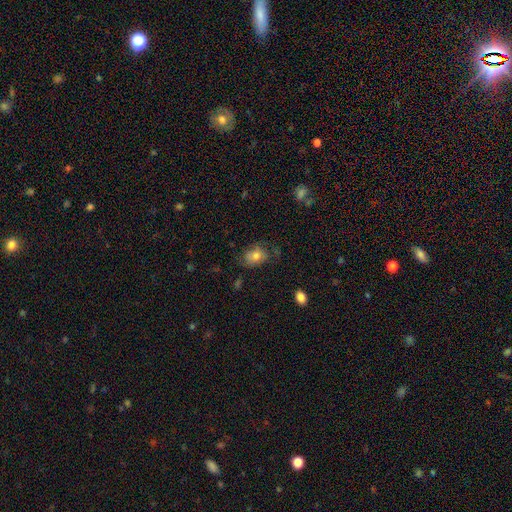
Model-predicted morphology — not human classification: Smooth or featured?
  - smooth: 72% *
  - featured or disk: 19%
  - star or artifact: 9%
How rounded?
  - in between: 75% *
  - round: 24%
  - cigar-shaped: 1%
Merging?
  - none: 58% *
  - minor disturbance: 27%
  - major disturbance: 13%
  - merger: 2%